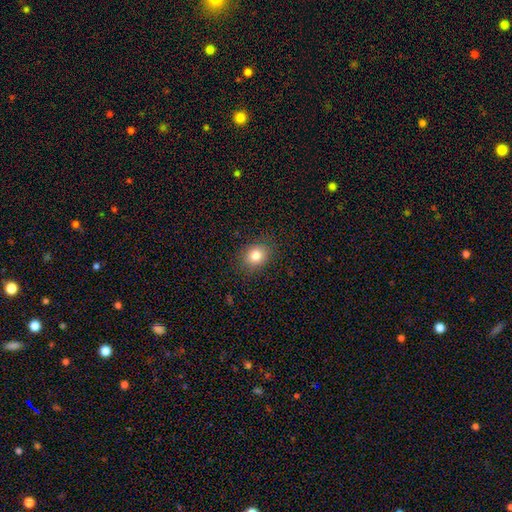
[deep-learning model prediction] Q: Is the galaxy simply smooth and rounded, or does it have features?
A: smooth — 82%.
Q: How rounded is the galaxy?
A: round — 56%.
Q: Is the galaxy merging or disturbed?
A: none — 85%.